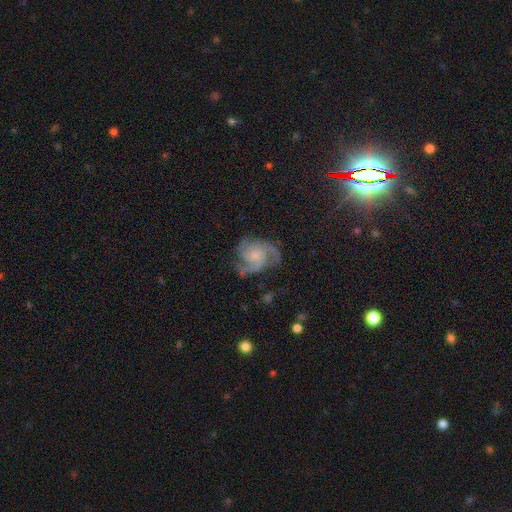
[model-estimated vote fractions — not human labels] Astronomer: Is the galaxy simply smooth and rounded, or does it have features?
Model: featured or disk — 86%.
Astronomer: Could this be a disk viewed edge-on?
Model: no — 98%.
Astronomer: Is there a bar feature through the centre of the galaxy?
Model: no — 73%.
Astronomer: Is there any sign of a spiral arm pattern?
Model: yes — 97%.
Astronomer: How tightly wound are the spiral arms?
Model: medium — 51% (runner-up: tight, 34%).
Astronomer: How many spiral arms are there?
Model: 3 — 53%.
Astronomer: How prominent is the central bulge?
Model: small — 61%.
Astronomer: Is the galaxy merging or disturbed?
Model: none — 66%.